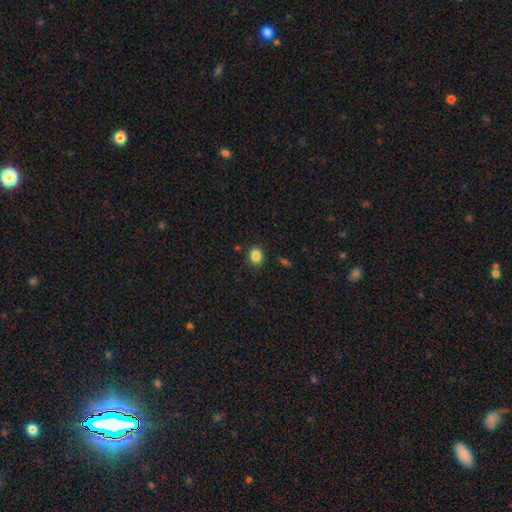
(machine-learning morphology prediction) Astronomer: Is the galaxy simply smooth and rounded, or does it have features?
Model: smooth — 85%.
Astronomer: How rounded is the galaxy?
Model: round — 71%.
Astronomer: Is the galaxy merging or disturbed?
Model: none — 86%.